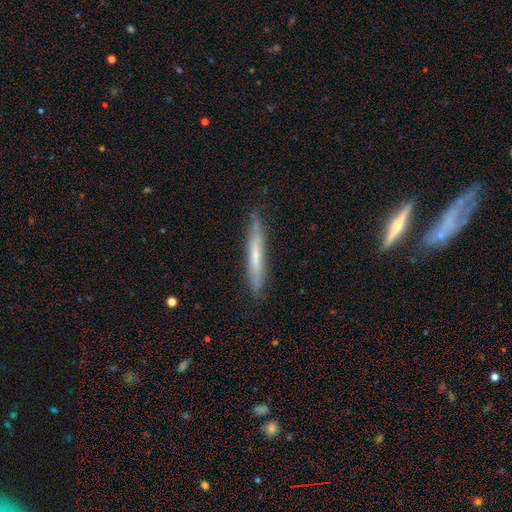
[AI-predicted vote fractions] Overall: smooth (49%; featured or disk 44%). Merging: none (83%).